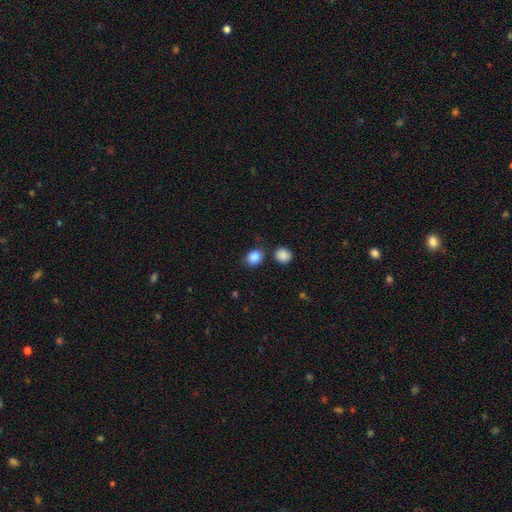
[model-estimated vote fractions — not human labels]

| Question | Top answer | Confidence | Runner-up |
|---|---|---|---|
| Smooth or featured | smooth | 86% | star or artifact (10%) |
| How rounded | round | 56% | in between (43%) |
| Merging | none | 71% | minor disturbance (14%) |